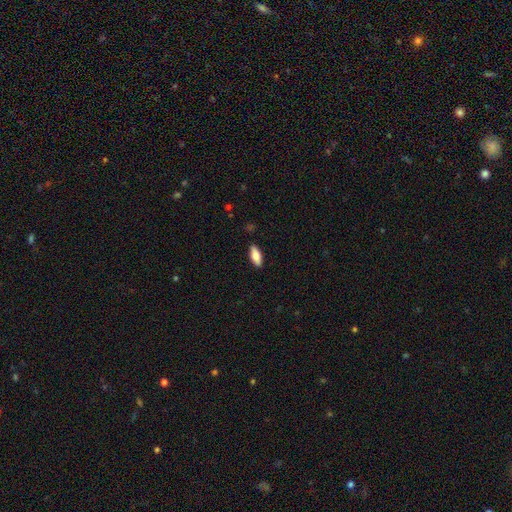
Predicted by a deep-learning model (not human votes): Q: Smooth or featured?
A: smooth (76%); runner-up: featured or disk (18%)
Q: How rounded?
A: in between (79%); runner-up: cigar-shaped (19%)
Q: Merging?
A: none (89%); runner-up: minor disturbance (9%)